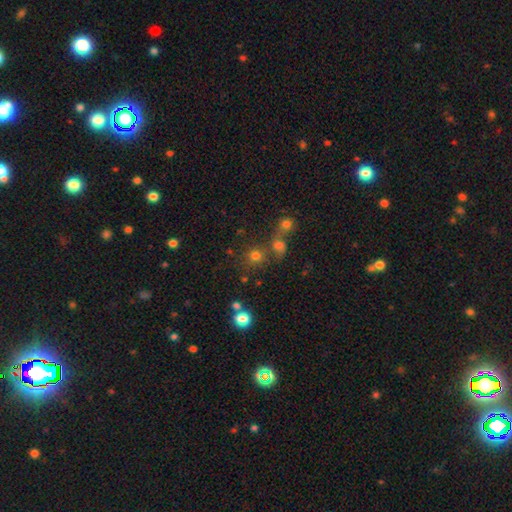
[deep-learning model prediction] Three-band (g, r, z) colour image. It shows a smooth galaxy with no disk features (73%) that is round (86%). Merging: none (60%).